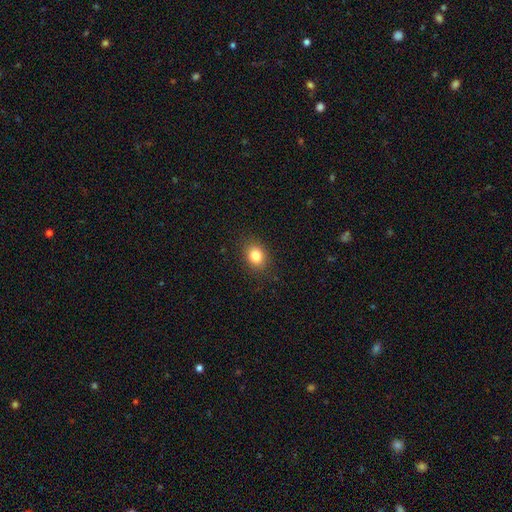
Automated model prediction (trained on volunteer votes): This appears to be a smooth galaxy with no disk features (83%) that is in between round and cigar-shaped (53%). Merging: none (87%).